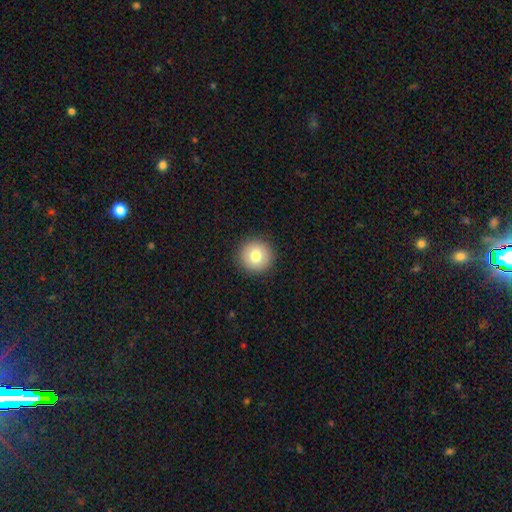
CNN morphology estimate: type=smooth (76%); roundness=round (95%); merging=none (92%).